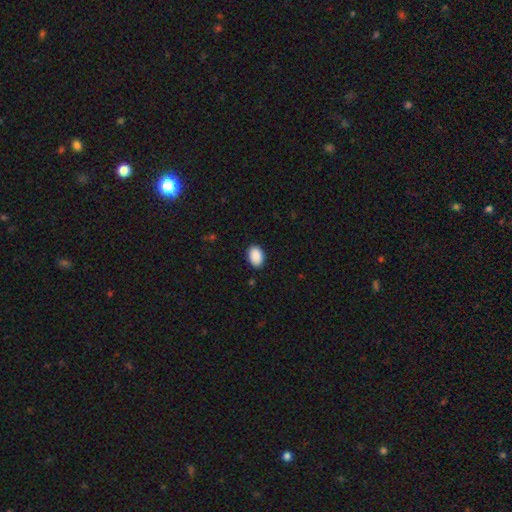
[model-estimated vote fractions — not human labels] smooth_or_featured: smooth (p=0.91) [alt: star or artifact p=0.07]
how_rounded: in between (p=0.87) [alt: round p=0.12]
merging: none (p=0.88) [alt: minor disturbance p=0.09]